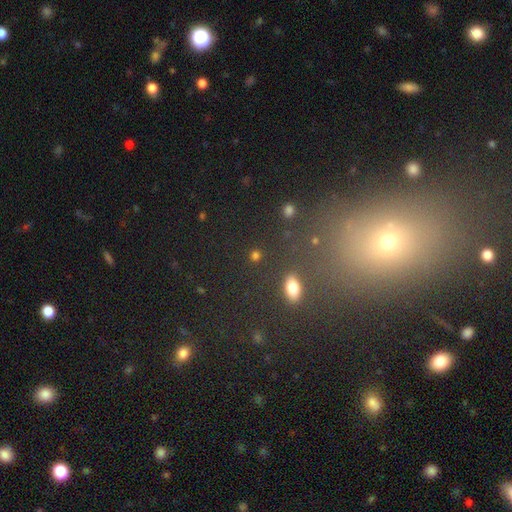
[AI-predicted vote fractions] A smooth galaxy with no disk features (65%) that is in between round and cigar-shaped (62%).

Vote fractions:
- Smooth or featured? smooth: 65% / star or artifact: 25% / featured or disk: 10%
- How rounded? in between: 62% / round: 32% / cigar-shaped: 6%
- Merging? none: 84% / minor disturbance: 8% / merger: 4% / major disturbance: 4%